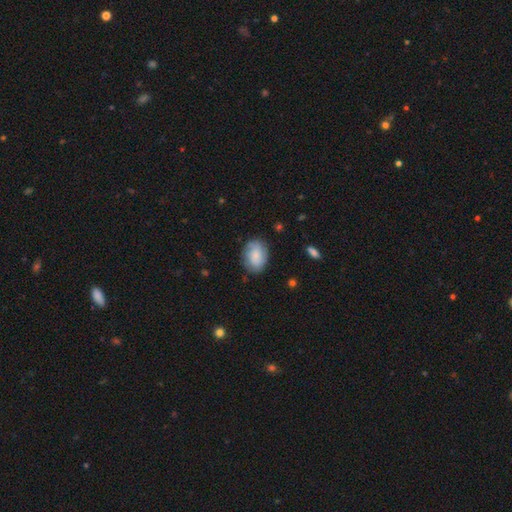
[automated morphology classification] A smooth galaxy with no disk features (72%) that is in between round and cigar-shaped (76%).

Vote fractions:
- Smooth or featured? smooth: 72% / featured or disk: 21% / star or artifact: 7%
- How rounded? in between: 76% / round: 23% / cigar-shaped: 1%
- Merging? none: 76% / minor disturbance: 18% / major disturbance: 4% / merger: 1%